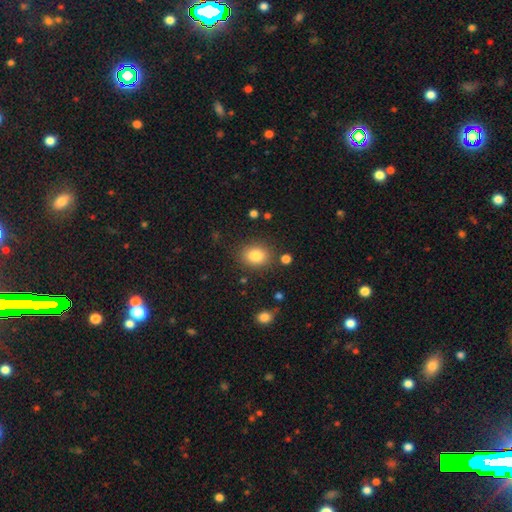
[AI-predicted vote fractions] Smooth or featured?
  - smooth: 83% *
  - star or artifact: 10%
  - featured or disk: 7%
How rounded?
  - round: 50% *
  - in between: 49%
  - cigar-shaped: 1%
Merging?
  - none: 83% *
  - minor disturbance: 10%
  - major disturbance: 4%
  - merger: 3%